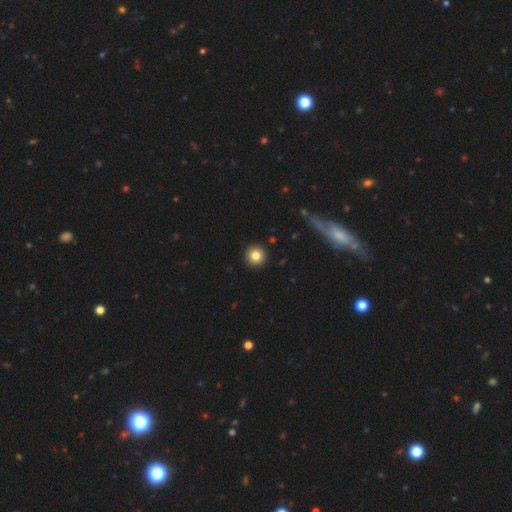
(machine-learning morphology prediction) Smooth or featured? Predicted: smooth (p=0.83). How rounded? Predicted: round (p=0.95). Merging? Predicted: none (p=0.93).